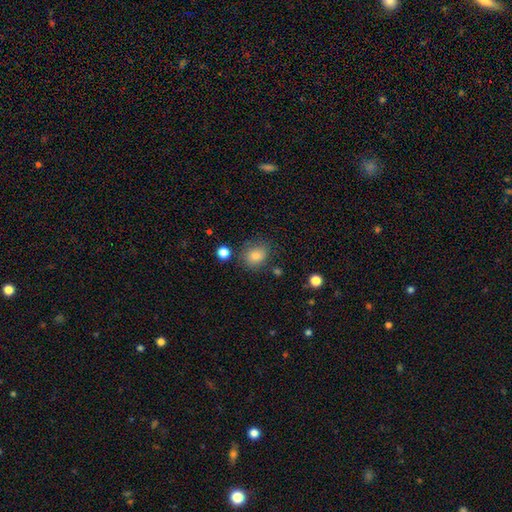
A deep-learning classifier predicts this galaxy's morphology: A smooth galaxy with no disk features (79%) that is round (64%).

Vote fractions:
- Smooth or featured? smooth: 79% / star or artifact: 12% / featured or disk: 8%
- How rounded? round: 64% / in between: 35% / cigar-shaped: 1%
- Merging? none: 78% / minor disturbance: 14% / merger: 4% / major disturbance: 4%